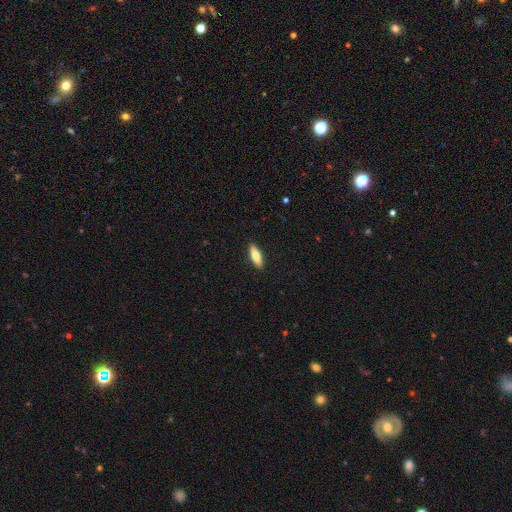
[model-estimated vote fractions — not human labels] smooth_or_featured: smooth (p=0.68) [alt: featured or disk p=0.26]
how_rounded: in between (p=0.54) [alt: cigar-shaped p=0.44]
merging: none (p=0.90) [alt: minor disturbance p=0.07]